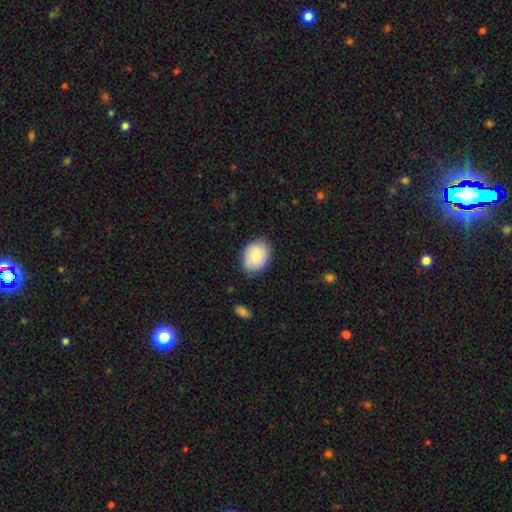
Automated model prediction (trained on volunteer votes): A smooth galaxy with no disk features (85%) that is in between round and cigar-shaped (68%). Merging: none (81%).